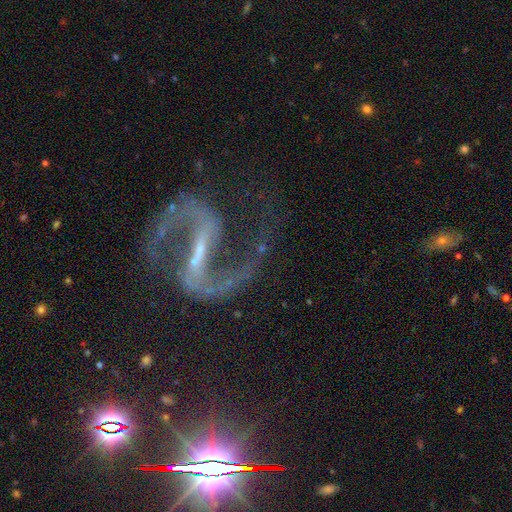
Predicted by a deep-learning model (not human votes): The model was most divided on "spiral winding": medium: 53%, loose: 37%, tight: 10%. More confident: spiral arms — yes (98%); edge-on disk — no (97%); spiral arm count — 2 (94%); smooth or featured — featured or disk (91%); merging — none (75%); bar — strong (72%); bulge size — small (65%).